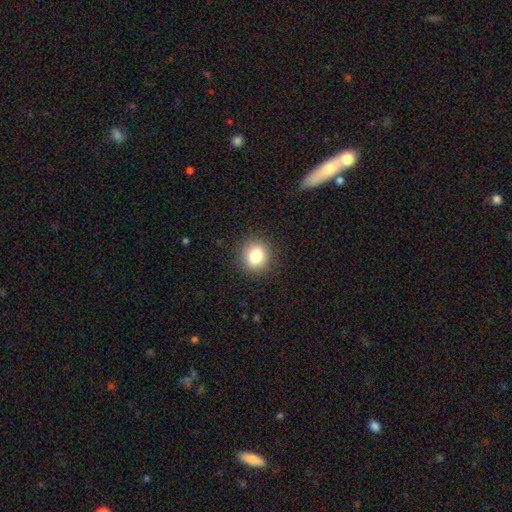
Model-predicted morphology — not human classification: smooth 82%, star or artifact 11%, featured or disk 7%. Down the decision tree: how rounded — round (86%); merging — none (90%).